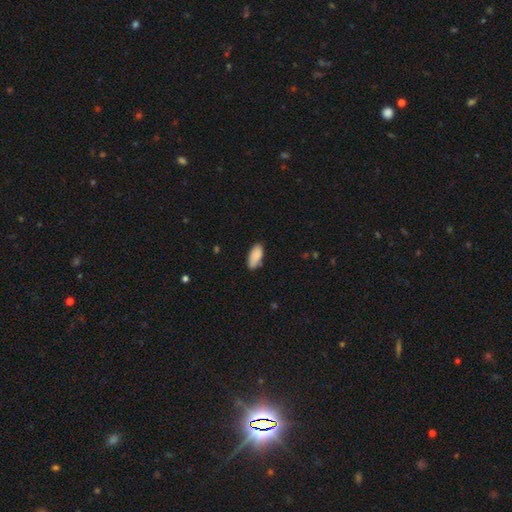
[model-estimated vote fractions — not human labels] A smooth galaxy with no disk features (88%) that is in between round and cigar-shaped (87%).

Vote fractions:
- Smooth or featured? smooth: 88% / star or artifact: 6% / featured or disk: 6%
- How rounded? in between: 87% / cigar-shaped: 11% / round: 2%
- Merging? none: 76% / minor disturbance: 18% / major disturbance: 3% / merger: 3%